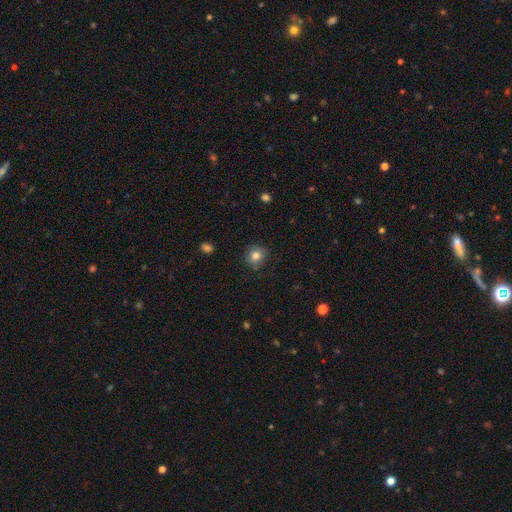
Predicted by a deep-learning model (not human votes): A smooth galaxy with no disk features (81%) that is round (89%).

Vote fractions:
- Smooth or featured? smooth: 81% / star or artifact: 11% / featured or disk: 8%
- How rounded? round: 89% / in between: 10% / cigar-shaped: 1%
- Merging? none: 86% / minor disturbance: 11% / major disturbance: 2% / merger: 1%